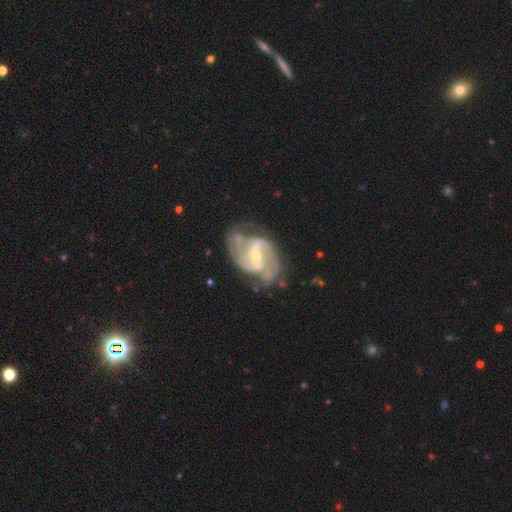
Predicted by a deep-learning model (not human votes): Smooth or featured: featured or disk — 90% (star or artifact — 5%)
Edge-on disk: no — 97% (yes — 3%)
Bar: strong — 51% (weak — 38%)
Spiral arms: yes — 96% (no — 4%)
Spiral winding: medium — 51% (loose — 27%)
Spiral arm count: 2 — 74% (3 — 10%)
Bulge size: small — 58% (moderate — 39%)
Merging: none — 61% (minor disturbance — 22%)